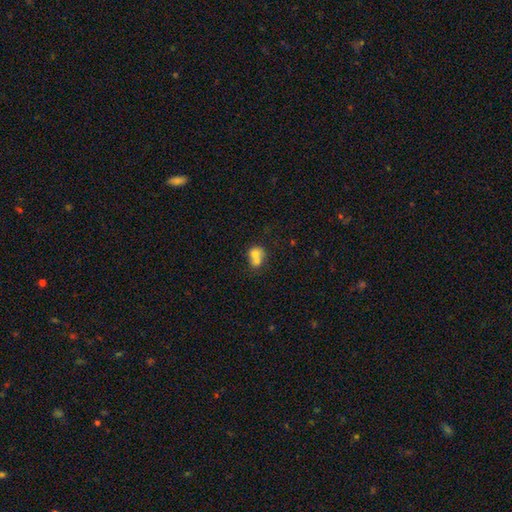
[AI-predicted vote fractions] Morphology: type=smooth (68%); roundness=round (60%); merging=merger (67%).